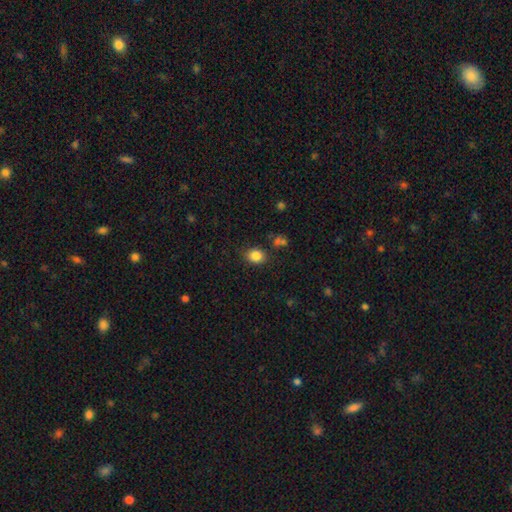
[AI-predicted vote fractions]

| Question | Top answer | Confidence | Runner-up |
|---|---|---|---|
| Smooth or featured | smooth | 85% | star or artifact (10%) |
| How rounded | round | 50% | in between (49%) |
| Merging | none | 82% | minor disturbance (11%) |